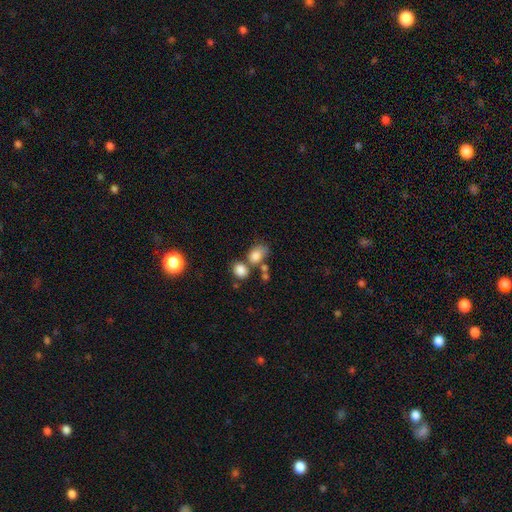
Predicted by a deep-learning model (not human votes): smooth_or_featured: smooth (p=0.80) [alt: star or artifact p=0.10]
how_rounded: in between (p=0.70) [alt: round p=0.28]
merging: none (p=0.38) [alt: merger p=0.37]